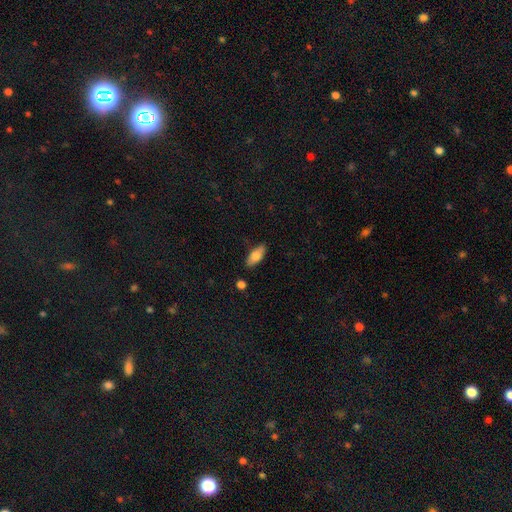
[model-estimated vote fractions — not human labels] Smooth or featured: smooth — 76% (featured or disk — 18%)
How rounded: in between — 79% (cigar-shaped — 18%)
Merging: none — 84% (minor disturbance — 12%)